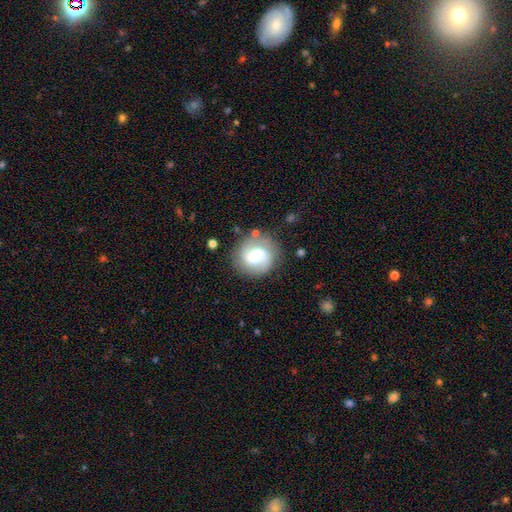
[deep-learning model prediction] Smooth or featured? Predicted: featured or disk (p=0.69). Edge-on disk? Predicted: no (p=0.98). Bar? Predicted: weak (p=0.54). Spiral arms? Predicted: yes (p=0.91). Spiral winding? Predicted: medium (p=0.46). Spiral arm count? Predicted: 2 (p=0.83). Bulge size? Predicted: moderate (p=0.50). Merging? Predicted: none (p=0.76).